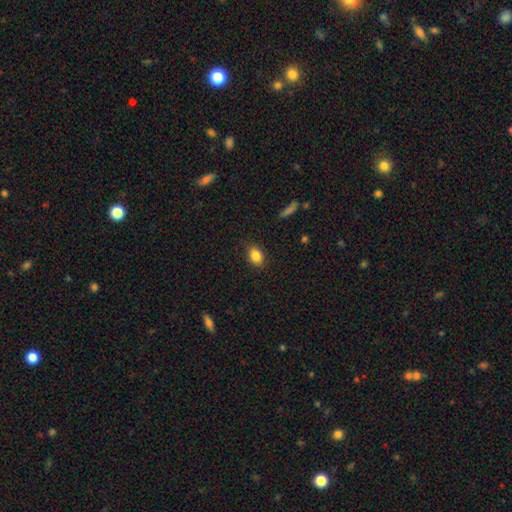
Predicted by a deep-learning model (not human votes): The model was most divided on "how rounded": in between: 75%, round: 23%, cigar-shaped: 2%. More confident: smooth or featured — smooth (85%); merging — none (83%).